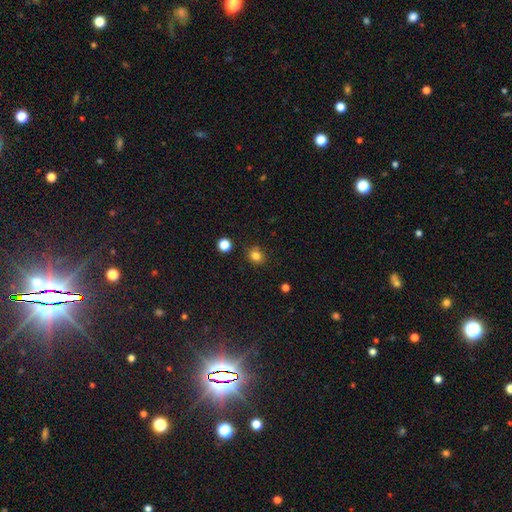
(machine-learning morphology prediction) This appears to be a smooth galaxy with no disk features (82%) that is round (65%). Merging: none (83%).